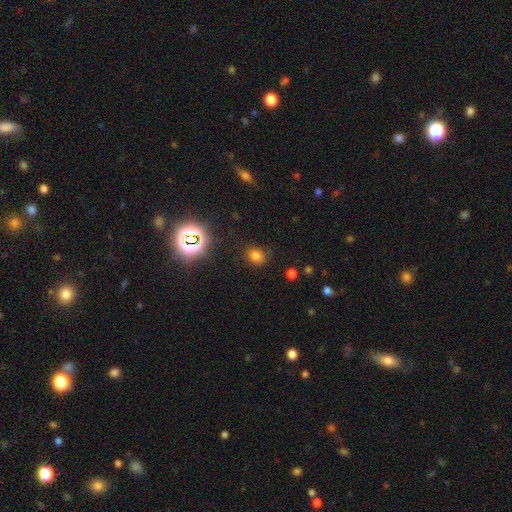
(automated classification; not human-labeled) smooth-or-featured: smooth: 71% | star or artifact: 22% | featured or disk: 6%
  how-rounded: round: 57% | in between: 42% | cigar-shaped: 1%
  merging: none: 81% | minor disturbance: 13% | major disturbance: 4% | merger: 2%